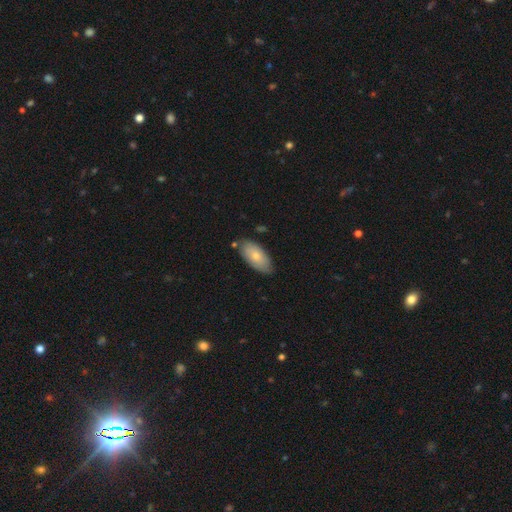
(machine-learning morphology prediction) Smooth or featured? Predicted: smooth (p=0.73). How rounded? Predicted: in between (p=0.91). Merging? Predicted: none (p=0.77).